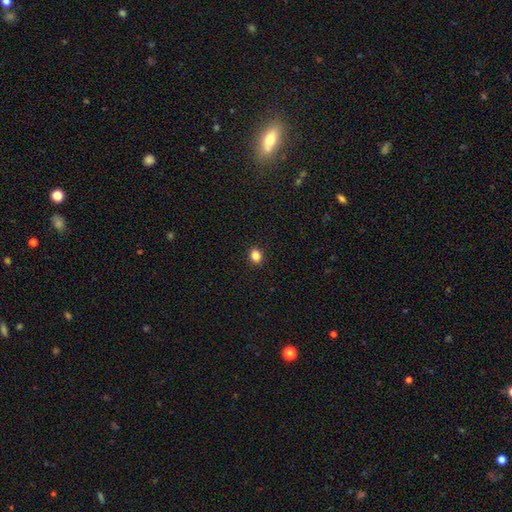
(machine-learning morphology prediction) Smooth or featured: smooth — 85% (star or artifact — 11%)
How rounded: round — 61% (in between — 38%)
Merging: none — 92% (minor disturbance — 6%)